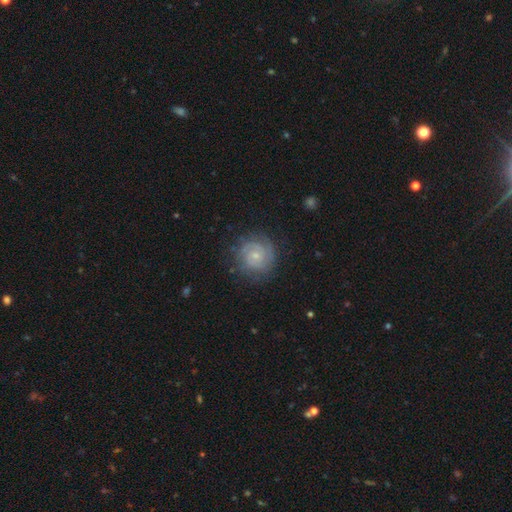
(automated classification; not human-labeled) A featured or disk galaxy (74%) with no bar (65%), 2 (55%) tight (68%) spiral arms (94%) and a small central bulge (67%). Merging: none (79%).